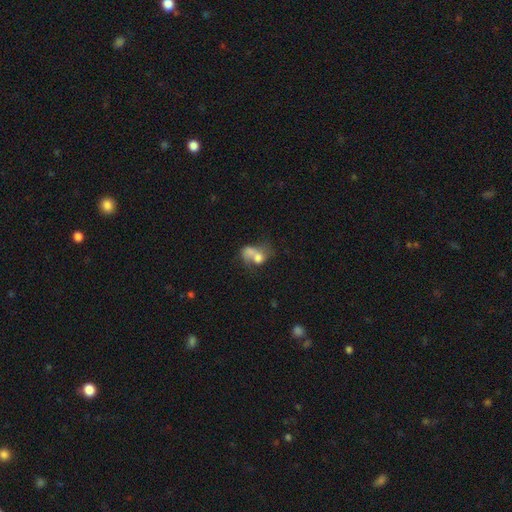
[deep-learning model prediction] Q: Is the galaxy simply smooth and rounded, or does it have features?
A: smooth — 62%.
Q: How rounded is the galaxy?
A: in between — 60%.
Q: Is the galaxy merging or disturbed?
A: merger — 62%.